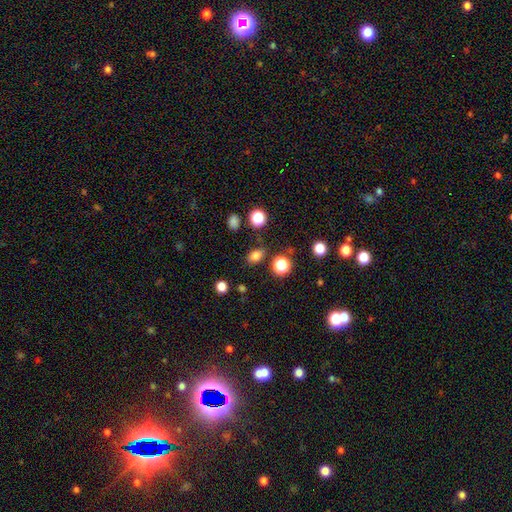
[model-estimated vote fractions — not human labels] The model was most divided on "how rounded": in between: 67%, round: 31%, cigar-shaped: 2%. More confident: merging — none (80%); smooth or featured — smooth (78%).